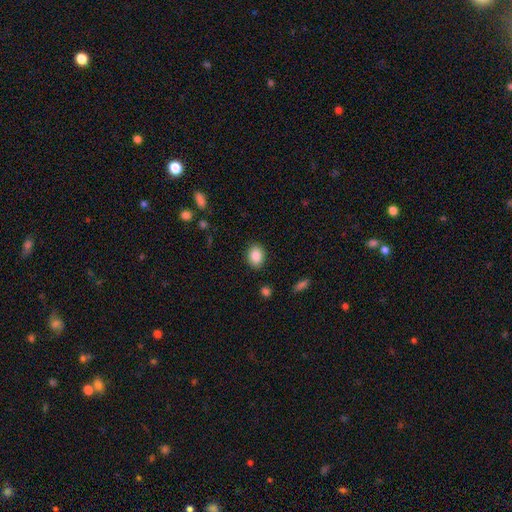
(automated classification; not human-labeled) A smooth galaxy with no disk features (87%) that is in between round and cigar-shaped (62%). Merging: none (88%).